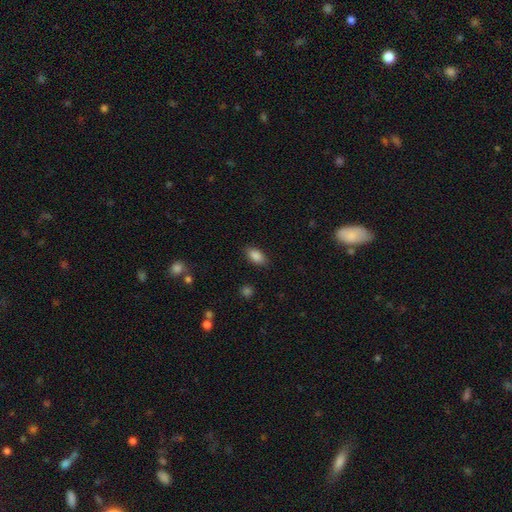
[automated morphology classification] Overall: smooth (87%). How rounded: in between (91%). Merging: none (86%).